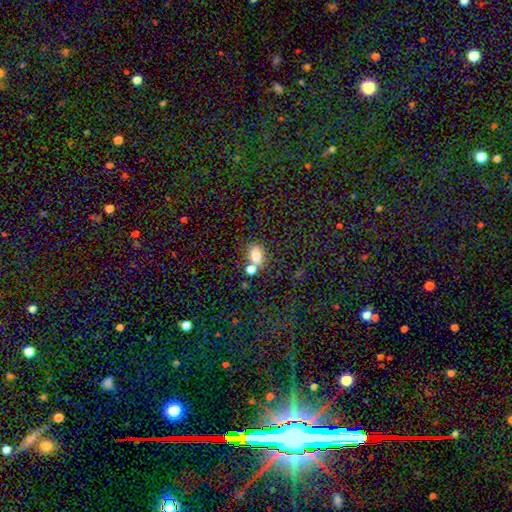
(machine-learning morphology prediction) type=smooth (76%); roundness=in between (77%); merging=none (52%).